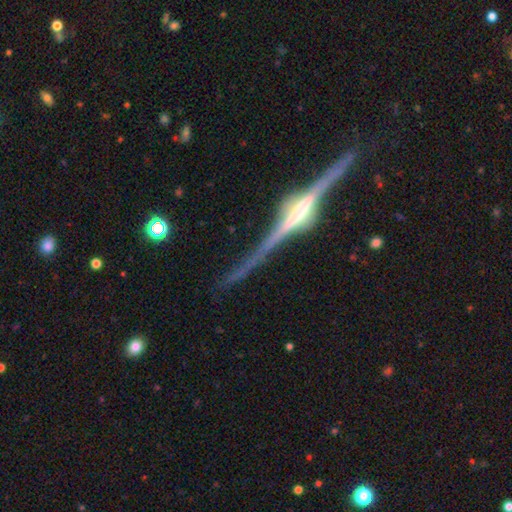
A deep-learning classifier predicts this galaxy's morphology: A featured or disk galaxy (89%) viewed edge-on (97%) with a rounded central bulge (59%).

Vote fractions:
- Smooth or featured? featured or disk: 89% / star or artifact: 6% / smooth: 5%
- Edge-on disk? yes: 97% / no: 3%
- Edge-on bulge? rounded: 59% / boxy: 33% / none: 8%
- Merging? none: 81% / minor disturbance: 13% / major disturbance: 4% / merger: 2%